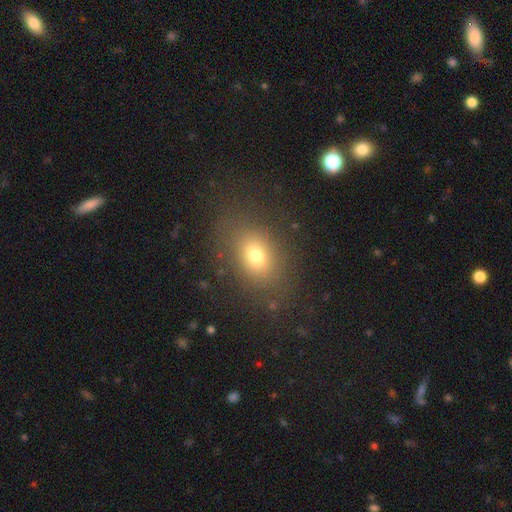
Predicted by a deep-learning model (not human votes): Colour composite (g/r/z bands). It shows a smooth galaxy with no disk features (73%) that is in between round and cigar-shaped (67%). Merging: none (80%).